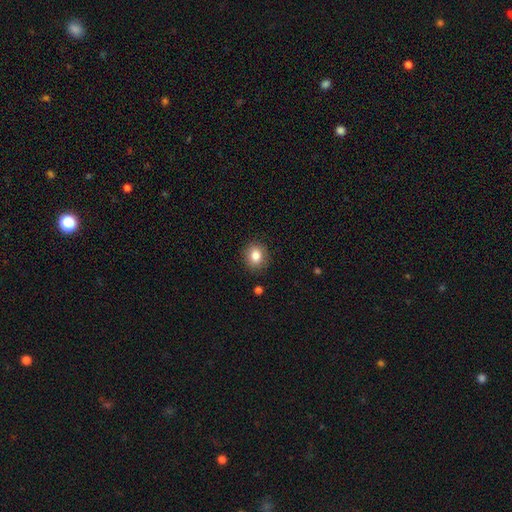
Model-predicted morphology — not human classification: Smooth or featured? smooth (83%)
How rounded? round (73%)
Merging? none (88%)